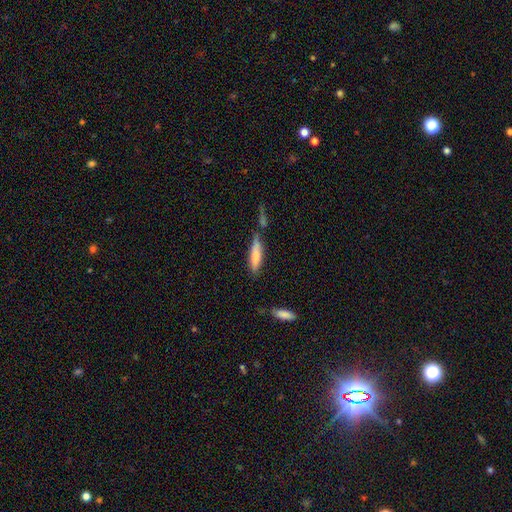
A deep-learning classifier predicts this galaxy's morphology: Smooth or featured? Predicted: smooth (p=0.76). How rounded? Predicted: cigar-shaped (p=0.75). Merging? Predicted: none (p=0.56).